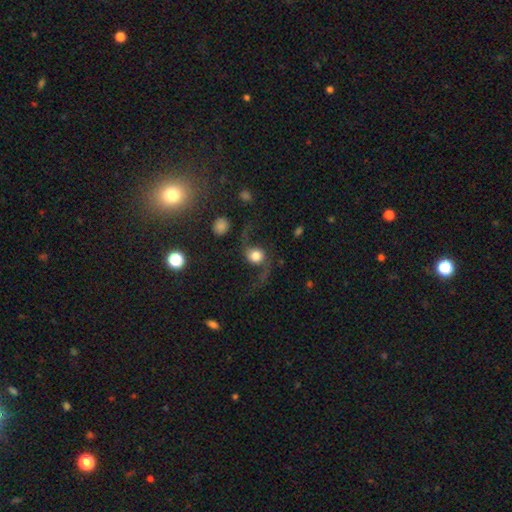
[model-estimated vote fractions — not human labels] smooth-or-featured: featured or disk: 68% | smooth: 23% | star or artifact: 9%
  disk-edge-on: no: 95% | yes: 5%
    bar: no: 70% | weak: 23% | strong: 7%
    has-spiral-arms: yes: 94% | no: 6%
      spiral-winding: loose: 91% | medium: 8% | tight: 2%
      spiral-arm-count: 2: 93% | 1: 3% | can't tell: 1% | 3: 1% | 4: 1% | more than 4: 1%
    bulge-size: large: 42% | moderate: 25% | dominant: 24% | small: 7% | none: 3%
  merging: none: 65% | major disturbance: 17% | minor disturbance: 14% | merger: 4%